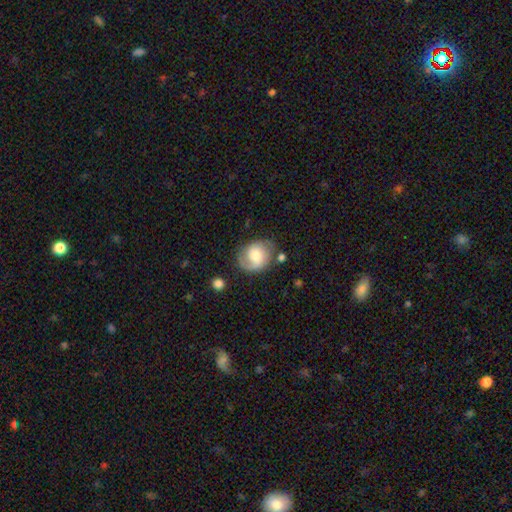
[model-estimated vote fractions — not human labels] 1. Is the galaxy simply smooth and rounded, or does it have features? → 56% featured or disk, 36% smooth, 7% star or artifact.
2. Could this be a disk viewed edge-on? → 97% no, 3% yes.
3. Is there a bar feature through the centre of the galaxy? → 61% no, 33% weak, 6% strong.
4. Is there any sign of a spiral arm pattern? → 87% yes, 13% no.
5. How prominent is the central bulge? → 55% moderate, 27% small, 12% large, 3% none, 2% dominant.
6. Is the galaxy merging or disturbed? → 66% none, 21% minor disturbance, 9% major disturbance, 4% merger.